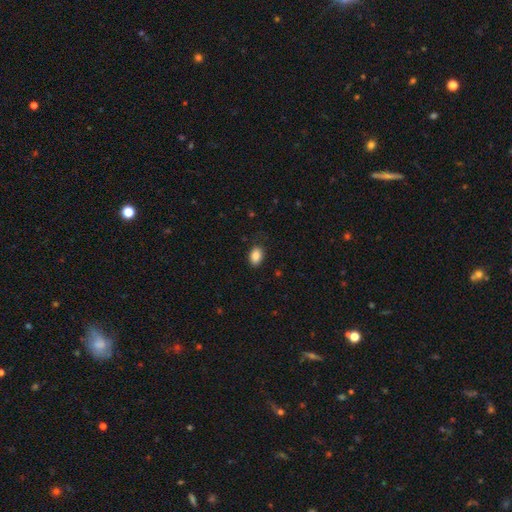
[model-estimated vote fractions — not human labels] A smooth galaxy with no disk features (87%) that is in between round and cigar-shaped (83%). Merging: none (83%).